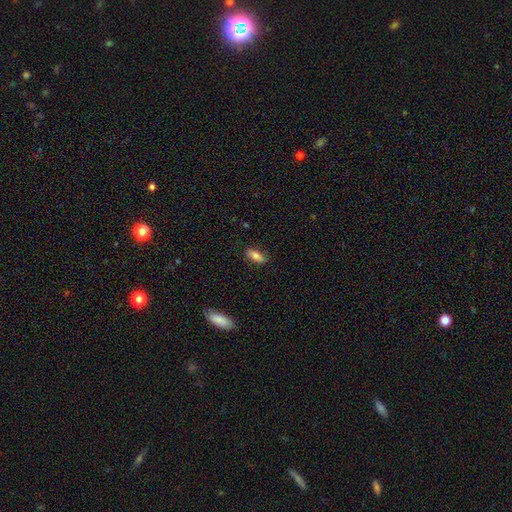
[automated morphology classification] type=smooth (72%); roundness=in between (71%); merging=none (82%).